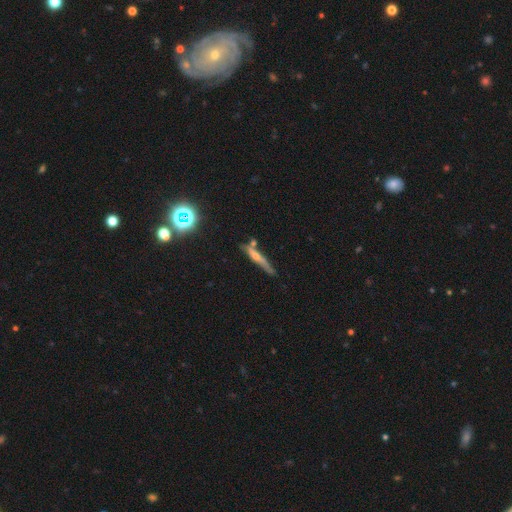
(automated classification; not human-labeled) Smooth or featured?
  - featured or disk: 52% *
  - smooth: 35%
  - star or artifact: 13%
Edge-on disk?
  - yes: 89% *
  - no: 11%
Merging?
  - none: 64% *
  - minor disturbance: 20%
  - merger: 11%
  - major disturbance: 5%